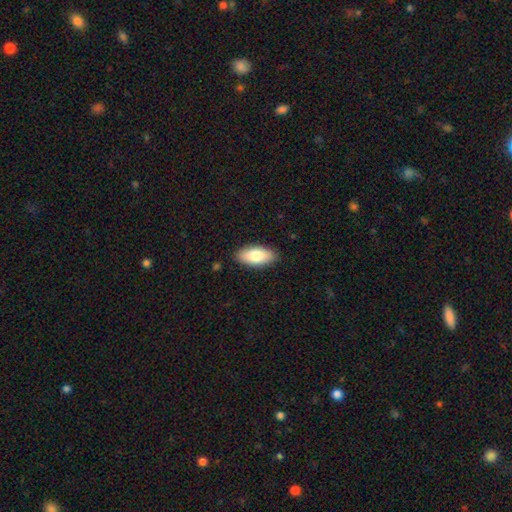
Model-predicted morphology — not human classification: A smooth galaxy with no disk features (81%) that is in between round and cigar-shaped (91%).

Vote fractions:
- Smooth or featured? smooth: 81% / featured or disk: 13% / star or artifact: 6%
- How rounded? in between: 91% / cigar-shaped: 7% / round: 2%
- Merging? none: 89% / minor disturbance: 9% / major disturbance: 2% / merger: 1%